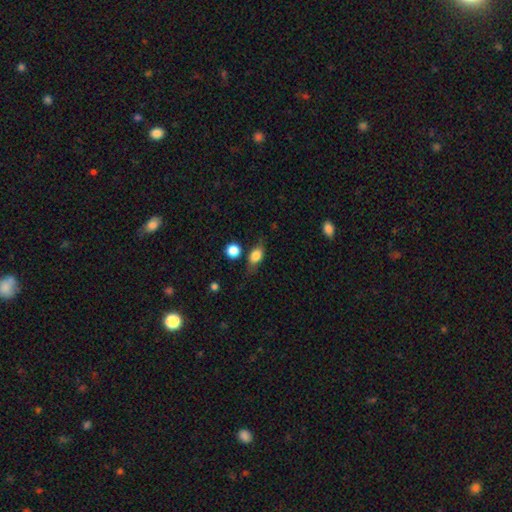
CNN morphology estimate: Overall: smooth (76%). How rounded: in between (71%). Merging: none (64%).